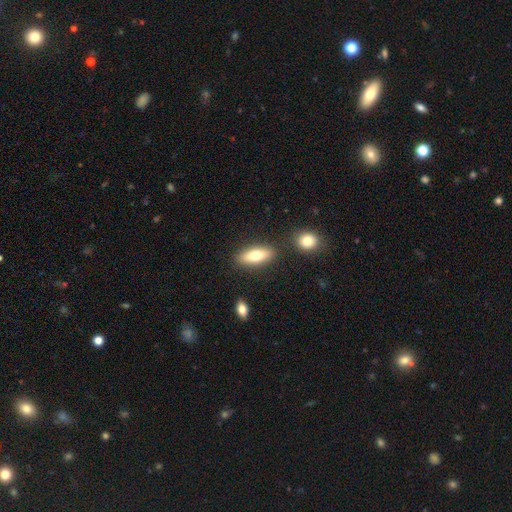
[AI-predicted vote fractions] A smooth galaxy with no disk features (73%) that is in between round and cigar-shaped (72%).

Vote fractions:
- Smooth or featured? smooth: 73% / featured or disk: 20% / star or artifact: 7%
- How rounded? in between: 72% / cigar-shaped: 25% / round: 3%
- Merging? none: 81% / minor disturbance: 10% / merger: 7% / major disturbance: 3%